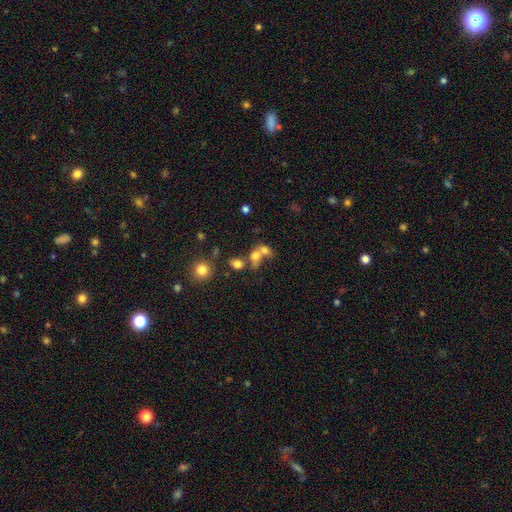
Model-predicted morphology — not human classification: Smooth or featured: smooth — 68% (featured or disk — 17%)
How rounded: in between — 51% (round — 47%)
Merging: merger — 59% (none — 26%)